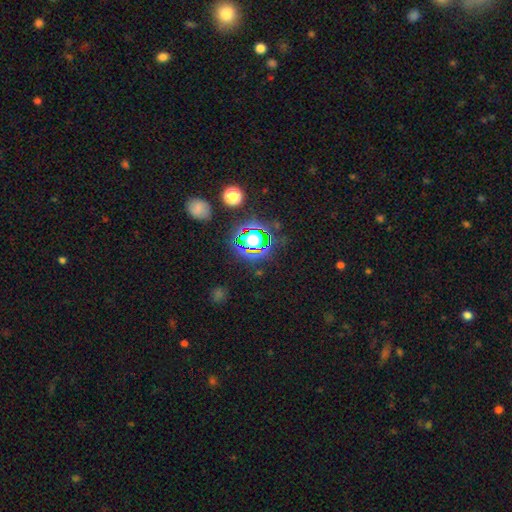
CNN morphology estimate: Overall: star or artifact (78%).